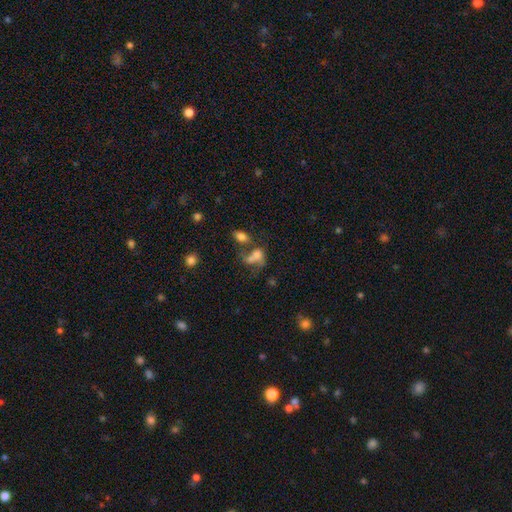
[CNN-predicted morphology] smooth_or_featured: smooth (p=0.63) [alt: featured or disk p=0.22]
how_rounded: in between (p=0.73) [alt: round p=0.24]
merging: merger (p=0.45) [alt: none p=0.24]